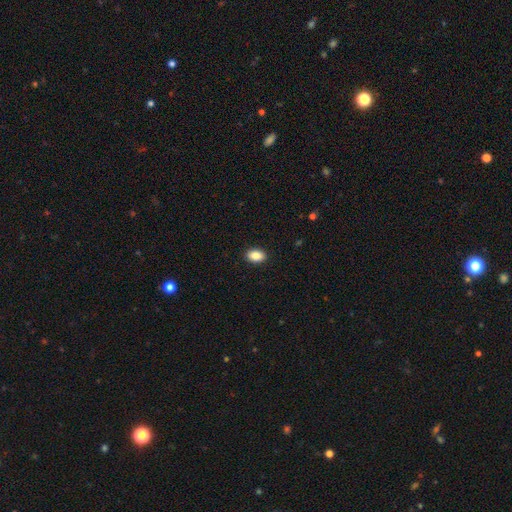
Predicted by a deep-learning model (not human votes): This is clearly a smooth galaxy (87%). How rounded: clearly in between (88%). Merging: clearly none (91%).